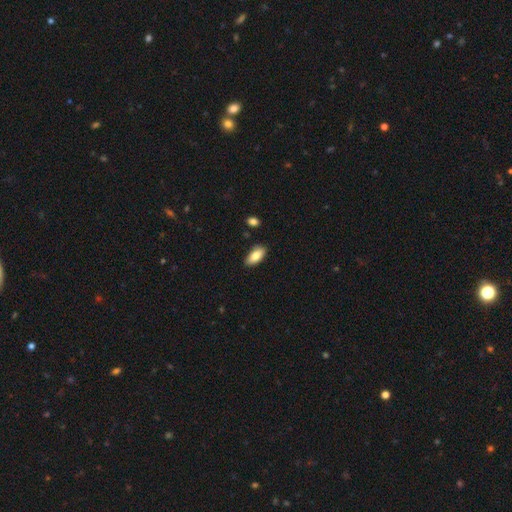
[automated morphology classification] This appears to be a smooth galaxy with no disk features (84%) that is in between round and cigar-shaped (91%). Merging: none (85%).